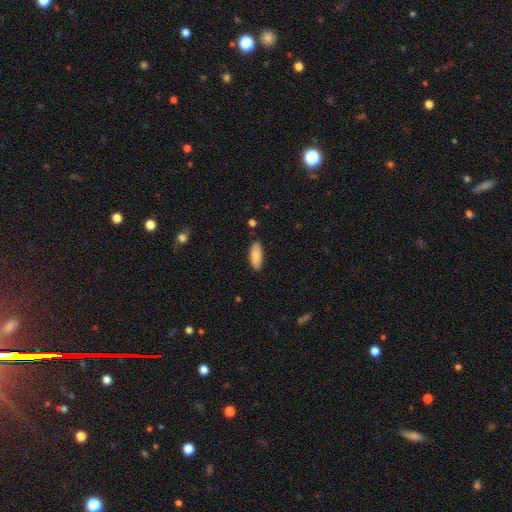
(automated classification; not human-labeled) This is clearly a smooth galaxy (85%). How rounded: likely in between (77%). Merging: clearly none (86%).